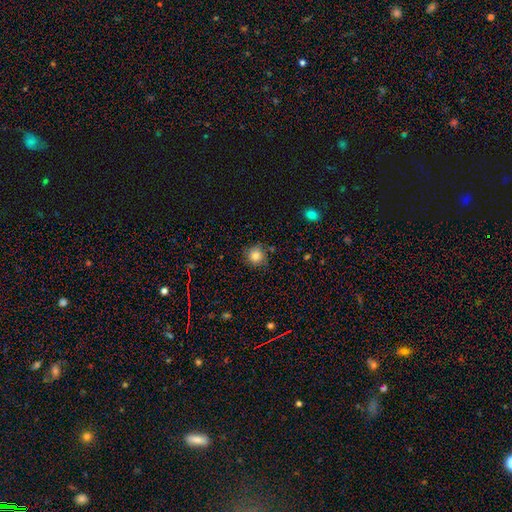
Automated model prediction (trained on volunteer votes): Smooth or featured?
  - smooth: 82% *
  - star or artifact: 11%
  - featured or disk: 7%
How rounded?
  - round: 90% *
  - in between: 9%
  - cigar-shaped: 1%
Merging?
  - none: 78% *
  - minor disturbance: 16%
  - major disturbance: 4%
  - merger: 2%